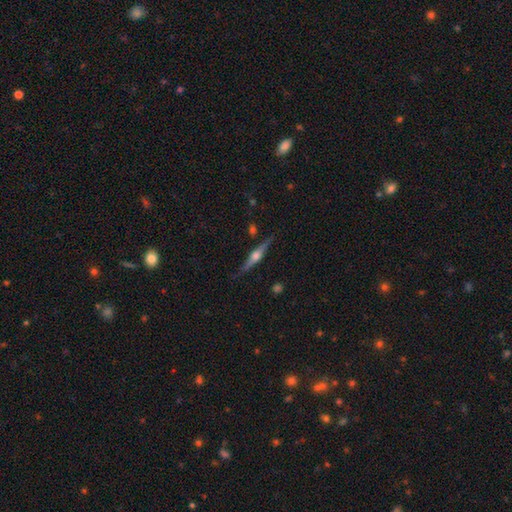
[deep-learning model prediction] featured or disk 78%, smooth 16%, star or artifact 6%. Down the decision tree: edge-on disk — yes (98%); edge-on bulge — rounded (92%); merging — none (85%).